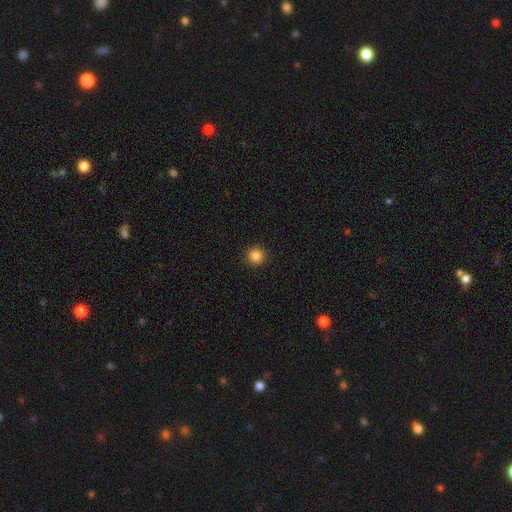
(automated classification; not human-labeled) This is clearly a smooth galaxy (85%). How rounded: clearly round (96%). Merging: clearly none (92%).